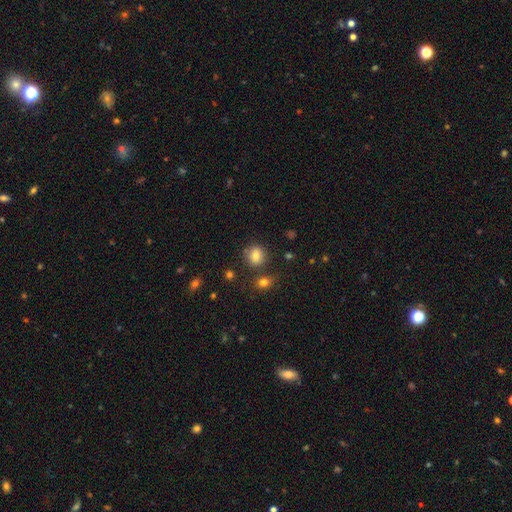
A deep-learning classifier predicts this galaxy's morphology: This appears to be a smooth galaxy with no disk features (80%) that is round (84%). Merging: none (80%).